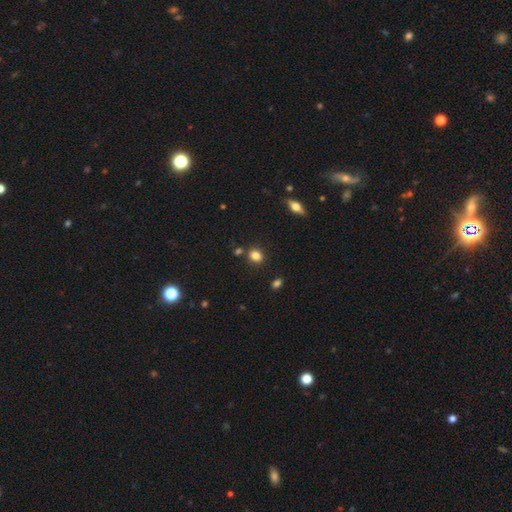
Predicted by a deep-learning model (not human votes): Overall: smooth (81%). How rounded: round (68%; in between 30%). Merging: none (82%).